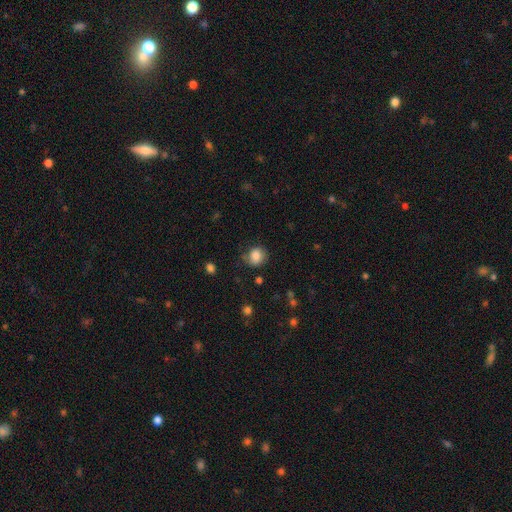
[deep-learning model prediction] Overall: smooth (84%). How rounded: round (73%). Merging: none (69%).